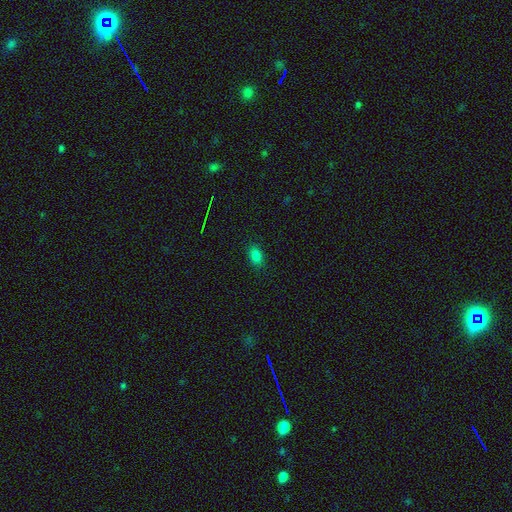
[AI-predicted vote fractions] Smooth or featured? smooth (80%)
How rounded? in between (83%)
Merging? none (86%)